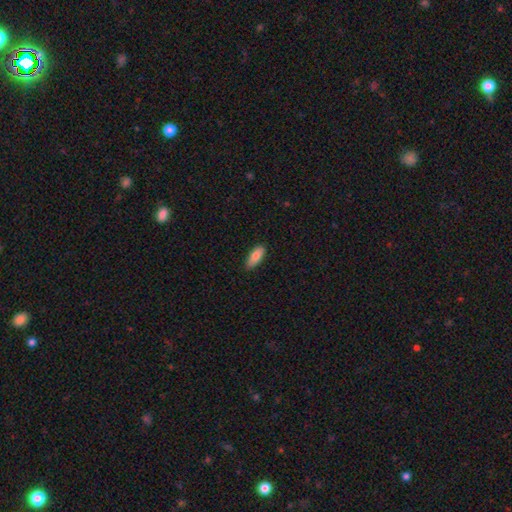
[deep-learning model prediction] smooth_or_featured: smooth (p=0.83) [alt: featured or disk p=0.11]
how_rounded: in between (p=0.76) [alt: cigar-shaped p=0.22]
merging: none (p=0.87) [alt: minor disturbance p=0.10]